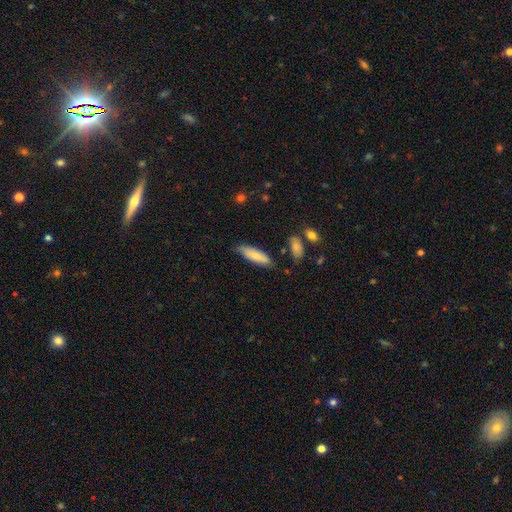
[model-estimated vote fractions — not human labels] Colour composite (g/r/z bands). It shows a smooth galaxy with no disk features (75%) that is in between round and cigar-shaped (50%). Merging: none (74%).